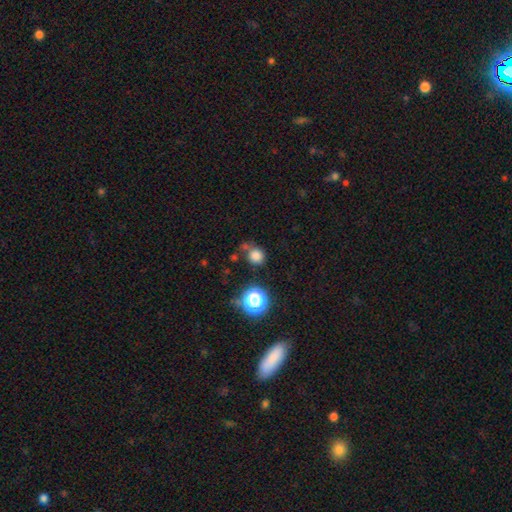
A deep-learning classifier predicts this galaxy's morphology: Smooth or featured? smooth (78%)
How rounded? round (86%)
Merging? none (66%)